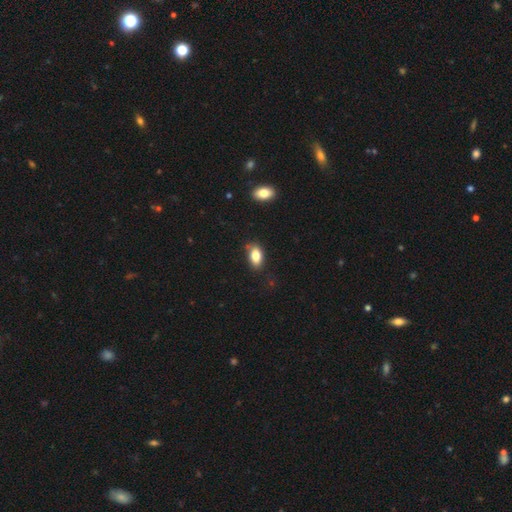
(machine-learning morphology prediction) A smooth galaxy with no disk features (82%) that is in between round and cigar-shaped (90%). Merging: none (73%).